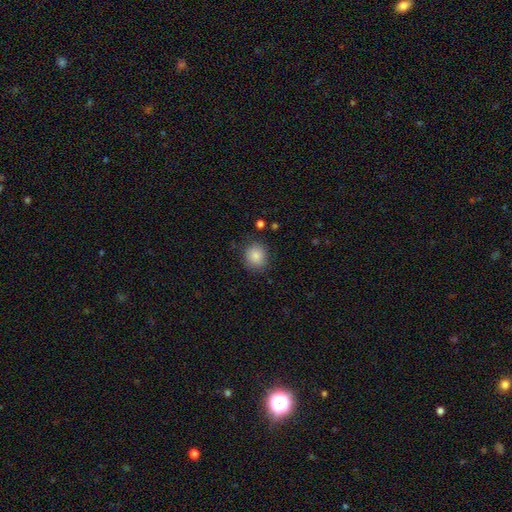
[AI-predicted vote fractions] smooth 85%, star or artifact 9%, featured or disk 6%. Down the decision tree: how rounded — round (80%); merging — none (82%).